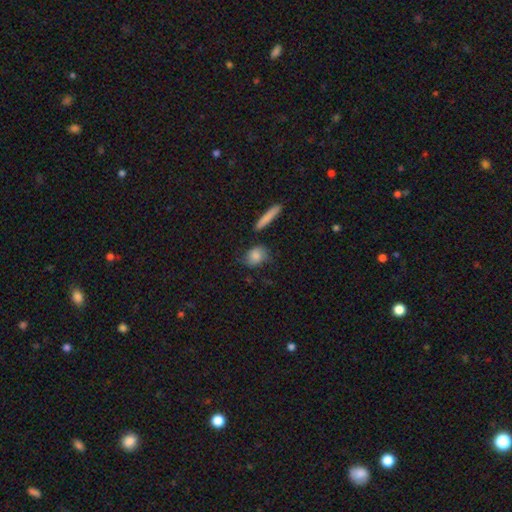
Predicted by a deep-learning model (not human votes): A smooth galaxy with no disk features (82%) that is in between round and cigar-shaped (51%). Merging: none (70%).